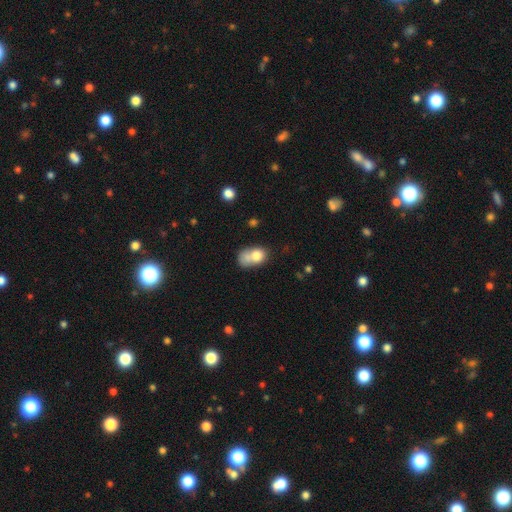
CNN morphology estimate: smooth_or_featured: smooth (p=0.74) [alt: featured or disk p=0.17]
how_rounded: in between (p=0.66) [alt: round p=0.32]
merging: merger (p=0.48) [alt: none p=0.23]